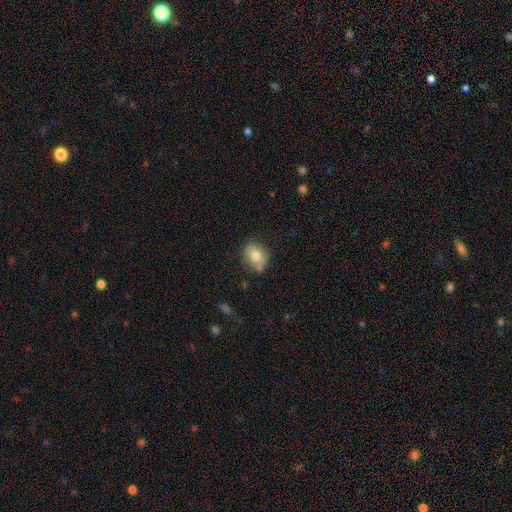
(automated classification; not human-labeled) Morphology: type=smooth (73%); roundness=round (63%); merging=none (74%).